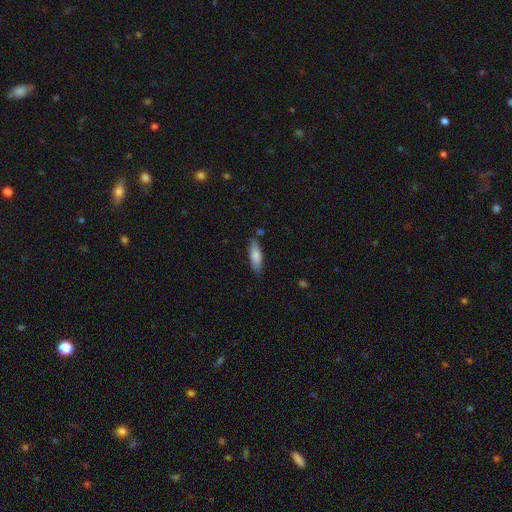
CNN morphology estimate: The model was most divided on "how rounded": in between: 51%, cigar-shaped: 47%, round: 2%. More confident: smooth or featured — smooth (80%); merging — none (79%).